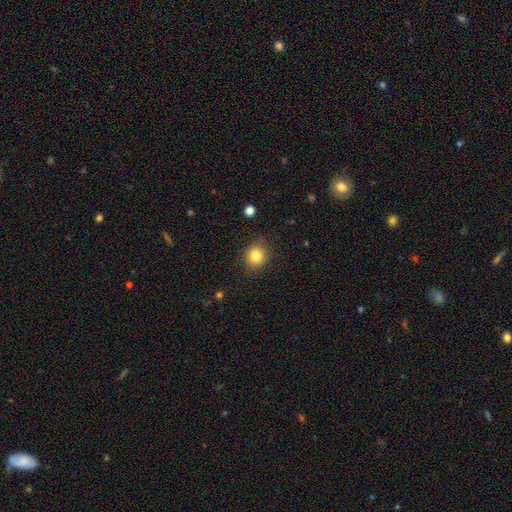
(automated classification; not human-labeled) Overall: smooth (83%). How rounded: round (82%). Merging: none (86%).